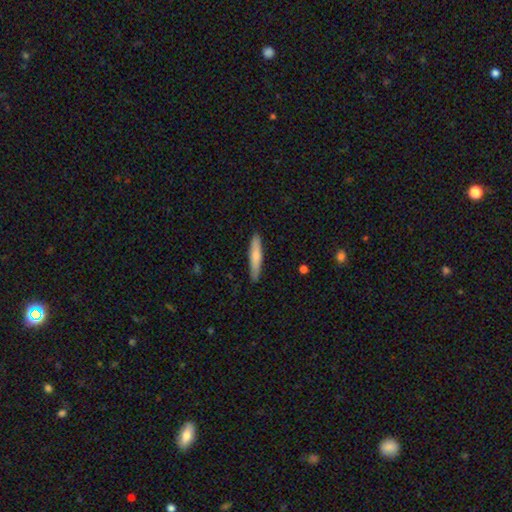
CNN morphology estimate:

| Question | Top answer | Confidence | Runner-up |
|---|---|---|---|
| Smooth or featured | smooth | 70% | featured or disk (25%) |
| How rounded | cigar-shaped | 88% | in between (10%) |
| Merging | none | 89% | minor disturbance (8%) |